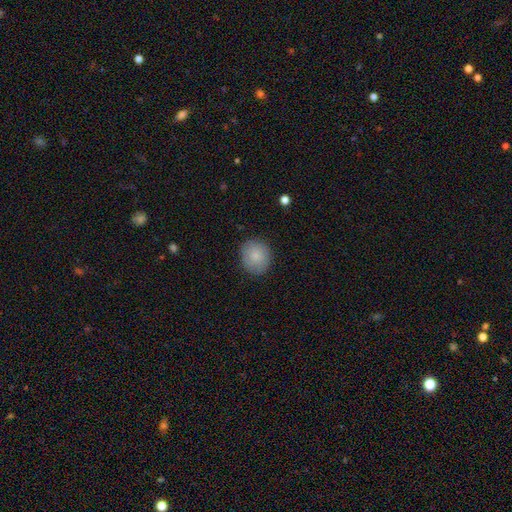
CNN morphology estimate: Overall: smooth (84%). How rounded: round (75%). Merging: none (85%).